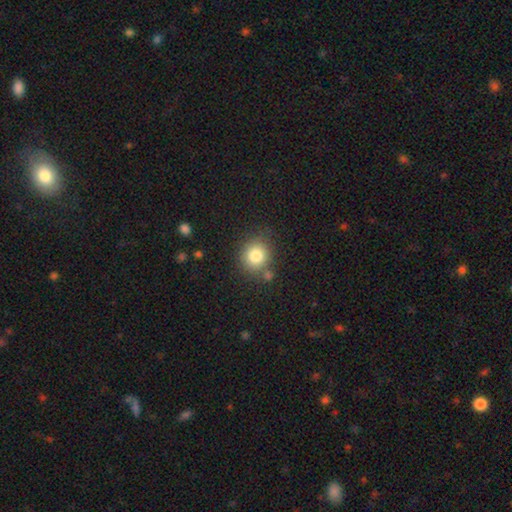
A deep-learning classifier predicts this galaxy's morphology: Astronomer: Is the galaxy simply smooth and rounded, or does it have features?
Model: smooth — 81%.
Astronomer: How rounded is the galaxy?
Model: round — 84%.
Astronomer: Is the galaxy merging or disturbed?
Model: none — 75%.